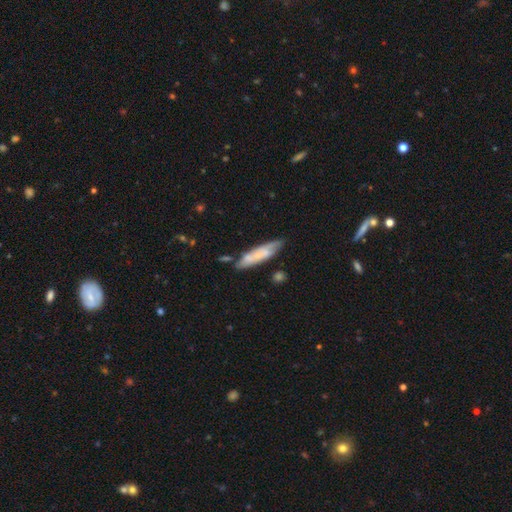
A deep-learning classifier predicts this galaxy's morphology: type=smooth (57%); roundness=cigar-shaped (74%); merging=none (66%).